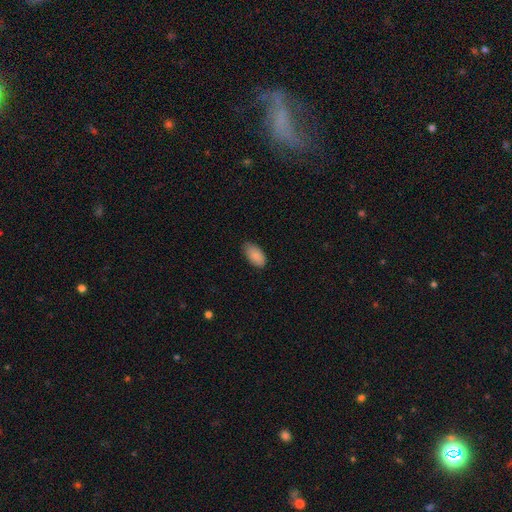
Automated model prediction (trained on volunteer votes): A smooth galaxy with no disk features (89%) that is in between round and cigar-shaped (95%). Merging: none (79%).